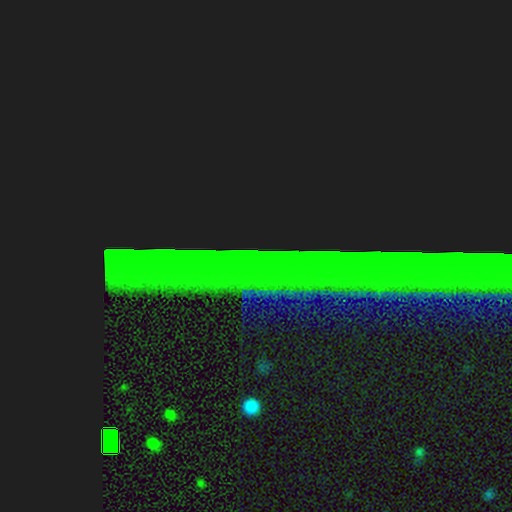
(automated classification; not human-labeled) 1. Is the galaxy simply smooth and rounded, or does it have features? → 83% star or artifact, 9% featured or disk, 8% smooth.